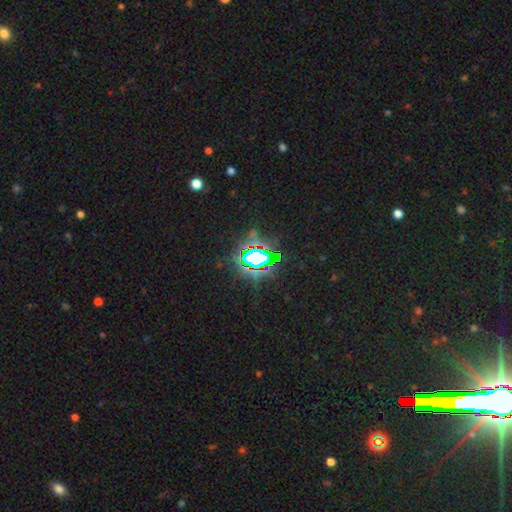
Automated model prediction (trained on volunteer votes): This is likely a star or artifact rather than a galaxy (70%).